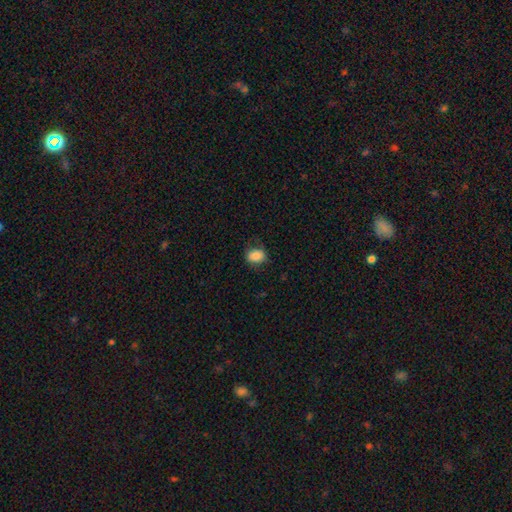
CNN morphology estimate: Smooth or featured? Predicted: smooth (p=0.84). How rounded? Predicted: in between (p=0.63). Merging? Predicted: none (p=0.77).